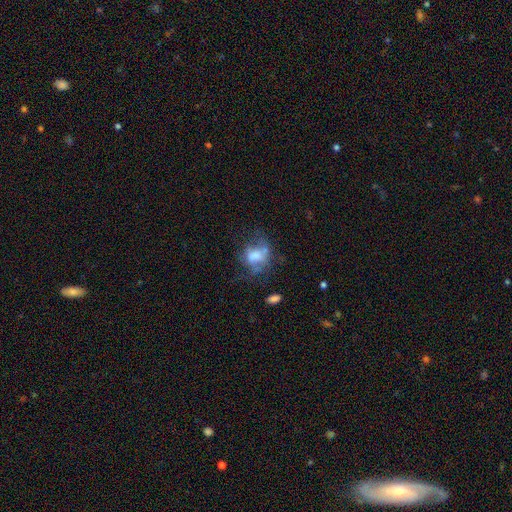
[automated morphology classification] Smooth or featured? Predicted: smooth (p=0.52). How rounded? Predicted: in between (p=0.60). Merging? Predicted: major disturbance (p=0.36).